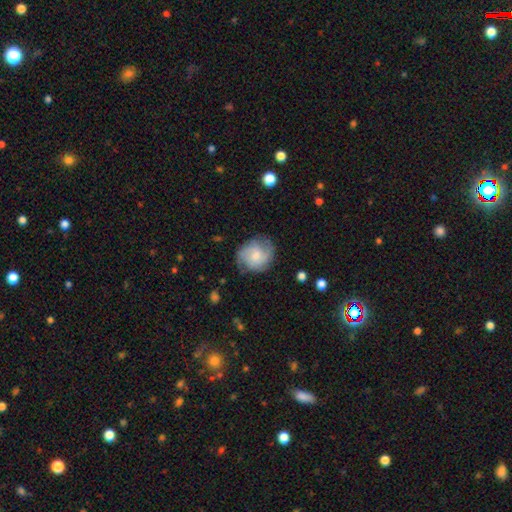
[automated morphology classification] featured or disk 48%, smooth 44%, star or artifact 7%. Down the decision tree: merging — none (70%).